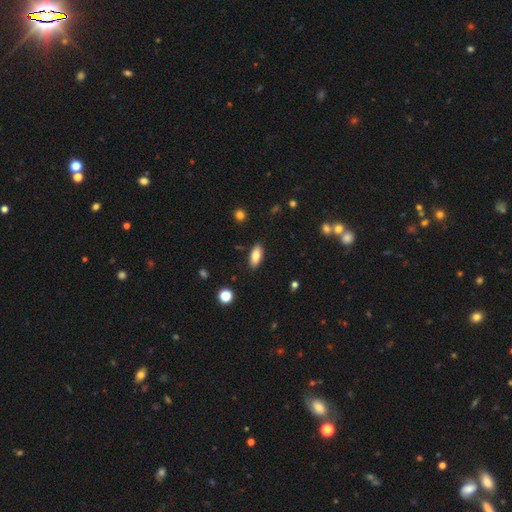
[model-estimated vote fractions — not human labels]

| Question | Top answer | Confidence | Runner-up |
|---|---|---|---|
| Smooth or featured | smooth | 84% | featured or disk (9%) |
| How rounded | in between | 85% | cigar-shaped (13%) |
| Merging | none | 87% | minor disturbance (9%) |